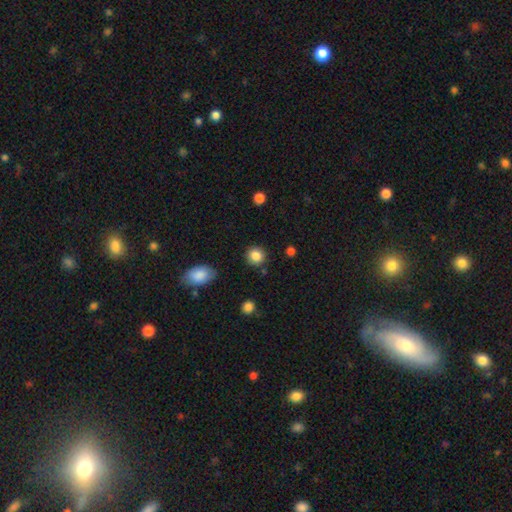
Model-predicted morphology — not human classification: This appears to be a smooth galaxy with no disk features (86%) that is round (89%). Merging: none (87%).